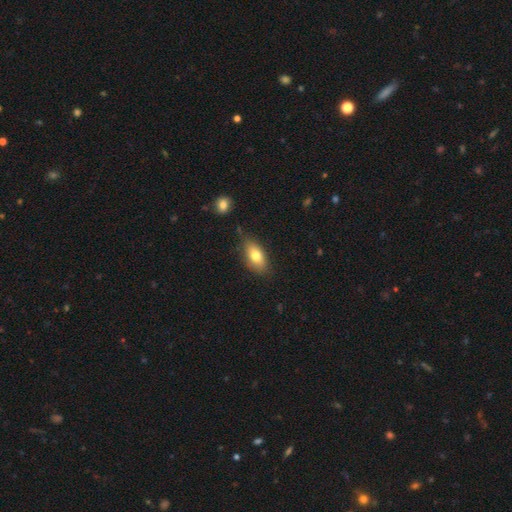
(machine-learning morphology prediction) The model was most divided on "smooth or featured": smooth: 76%, featured or disk: 17%, star or artifact: 8%. More confident: how rounded — in between (88%); merging — none (77%).